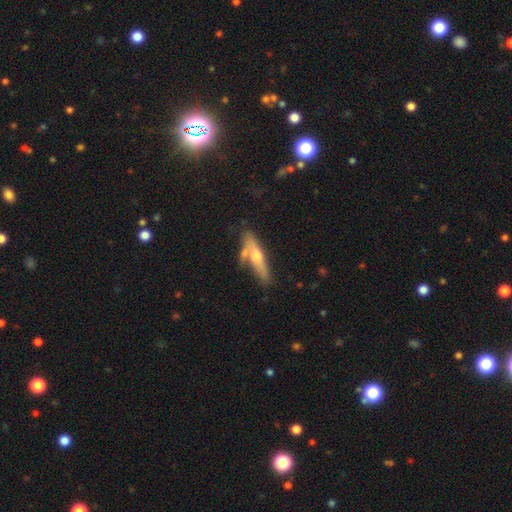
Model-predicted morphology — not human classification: This is possibly a featured or disk galaxy (47%, tied with smooth). Merging: possibly none (58%).